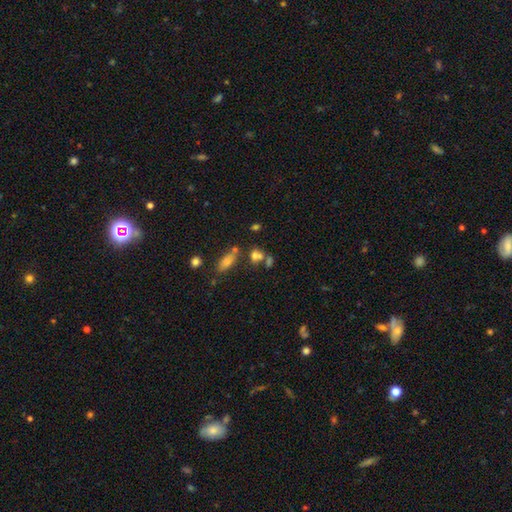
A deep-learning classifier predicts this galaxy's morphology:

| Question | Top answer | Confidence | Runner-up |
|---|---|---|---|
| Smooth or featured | smooth | 67% | star or artifact (18%) |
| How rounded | in between | 50% | round (43%) |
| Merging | none | 42% | merger (39%) |